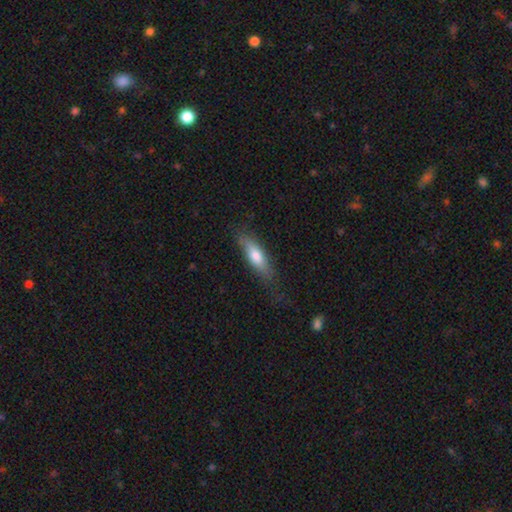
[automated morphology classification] Smooth or featured: smooth — 68% (featured or disk — 26%)
How rounded: cigar-shaped — 53% (in between — 45%)
Merging: none — 70% (minor disturbance — 22%)